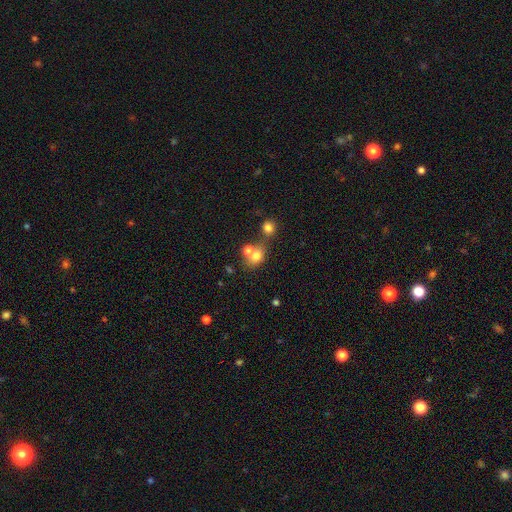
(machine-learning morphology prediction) smooth-or-featured: smooth: 71% | featured or disk: 15% | star or artifact: 14%
  how-rounded: in between: 50% | round: 48% | cigar-shaped: 1%
  merging: merger: 46% | none: 38% | minor disturbance: 10% | major disturbance: 6%